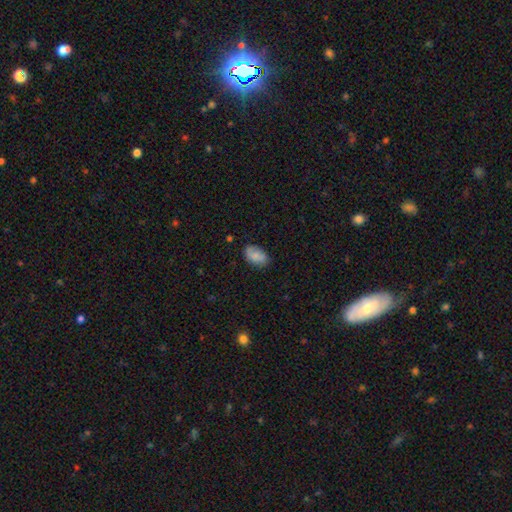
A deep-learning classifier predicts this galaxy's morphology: Smooth or featured?
  - smooth: 78% *
  - featured or disk: 15%
  - star or artifact: 7%
How rounded?
  - in between: 92% *
  - round: 6%
  - cigar-shaped: 2%
Merging?
  - none: 79% *
  - minor disturbance: 17%
  - major disturbance: 3%
  - merger: 1%